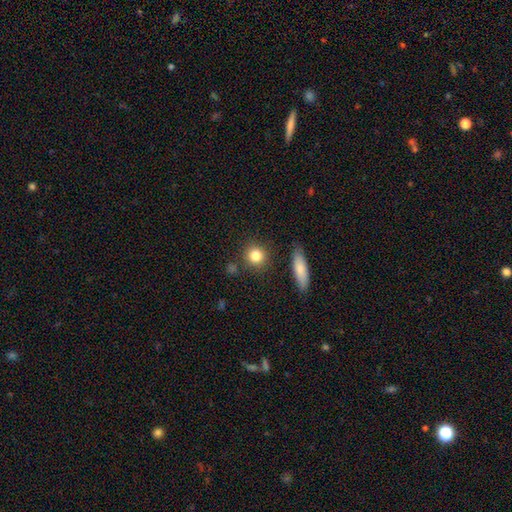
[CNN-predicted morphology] Q: Smooth or featured?
A: smooth (82%); runner-up: star or artifact (10%)
Q: How rounded?
A: round (86%); runner-up: in between (12%)
Q: Merging?
A: none (84%); runner-up: minor disturbance (9%)